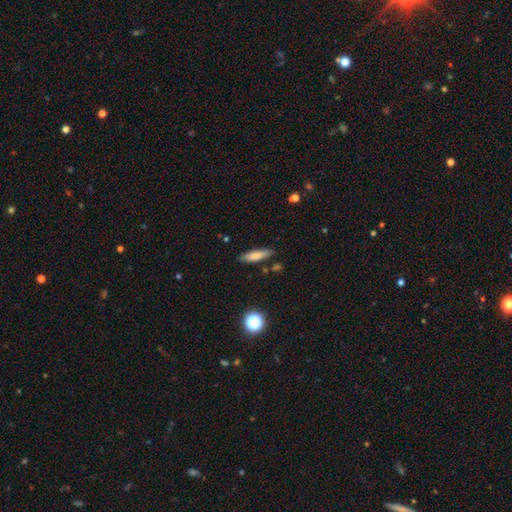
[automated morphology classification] smooth_or_featured: smooth (p=0.79) [alt: featured or disk p=0.13]
how_rounded: cigar-shaped (p=0.63) [alt: in between p=0.35]
merging: none (p=0.82) [alt: minor disturbance p=0.12]